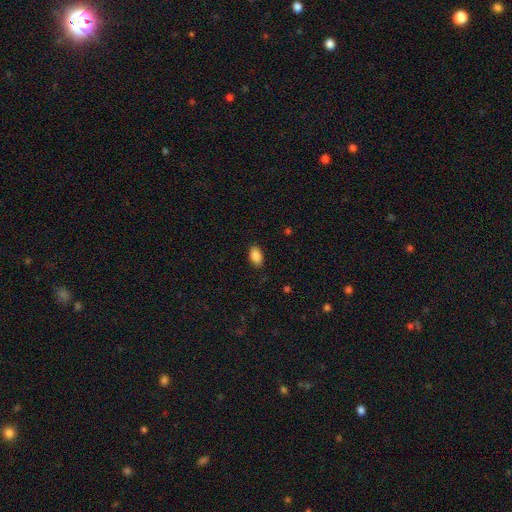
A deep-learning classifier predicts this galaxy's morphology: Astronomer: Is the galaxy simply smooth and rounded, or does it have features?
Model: smooth — 89%.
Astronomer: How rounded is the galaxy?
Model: in between — 93%.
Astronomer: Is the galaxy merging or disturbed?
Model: none — 86%.